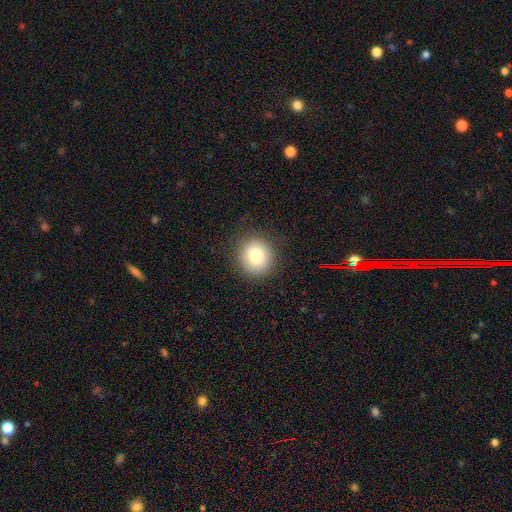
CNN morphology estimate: This appears to be a smooth galaxy with no disk features (80%) that is round (90%). Merging: none (89%).